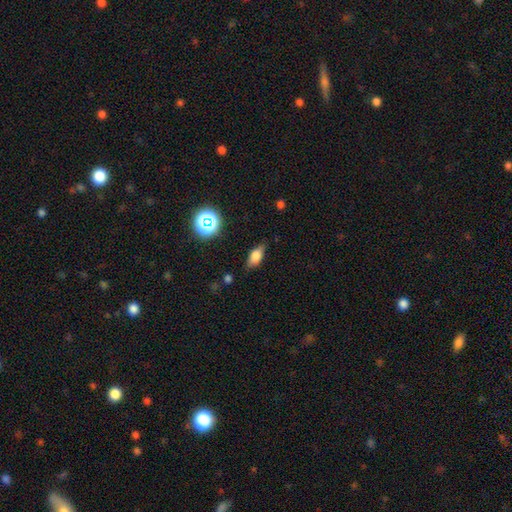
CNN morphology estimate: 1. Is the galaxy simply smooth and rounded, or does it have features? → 71% smooth, 18% featured or disk, 12% star or artifact.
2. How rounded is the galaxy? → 78% in between, 15% cigar-shaped, 7% round.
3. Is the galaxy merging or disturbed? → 78% none, 16% minor disturbance, 4% major disturbance, 2% merger.